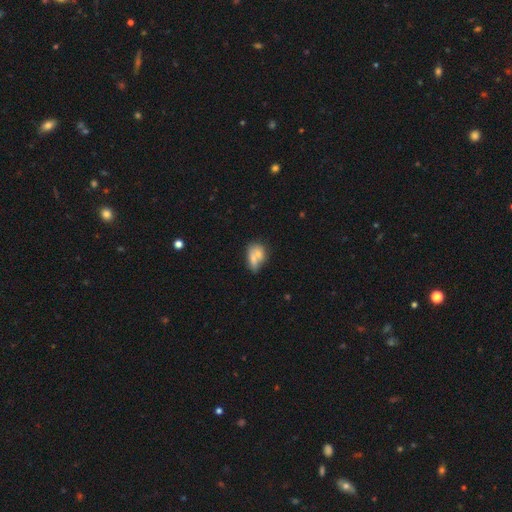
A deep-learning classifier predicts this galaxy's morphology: A smooth galaxy with no disk features (65%) that is in between round and cigar-shaped (62%). Merging: merger (47%).